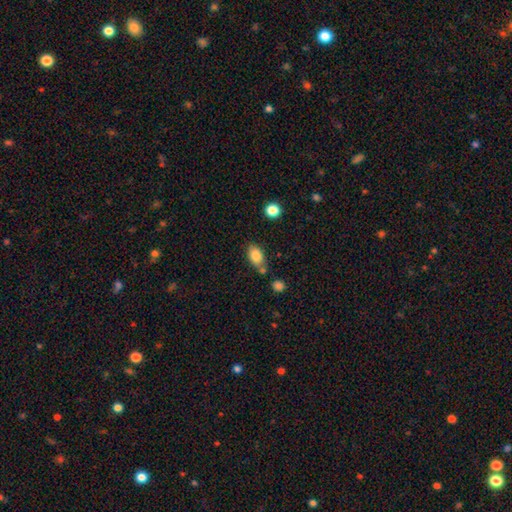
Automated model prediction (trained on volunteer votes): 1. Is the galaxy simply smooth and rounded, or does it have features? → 84% smooth, 9% star or artifact, 8% featured or disk.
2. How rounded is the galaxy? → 86% in between, 12% round, 3% cigar-shaped.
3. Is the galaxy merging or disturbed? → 60% none, 18% merger, 17% minor disturbance, 4% major disturbance.